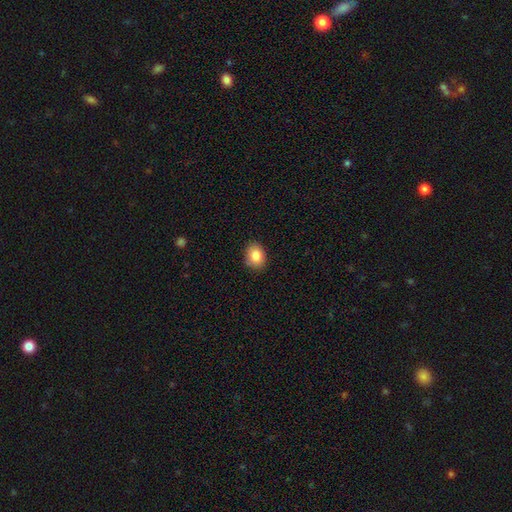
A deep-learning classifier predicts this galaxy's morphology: Q: Smooth or featured?
A: smooth (85%); runner-up: star or artifact (8%)
Q: How rounded?
A: in between (60%); runner-up: round (39%)
Q: Merging?
A: none (86%); runner-up: minor disturbance (11%)